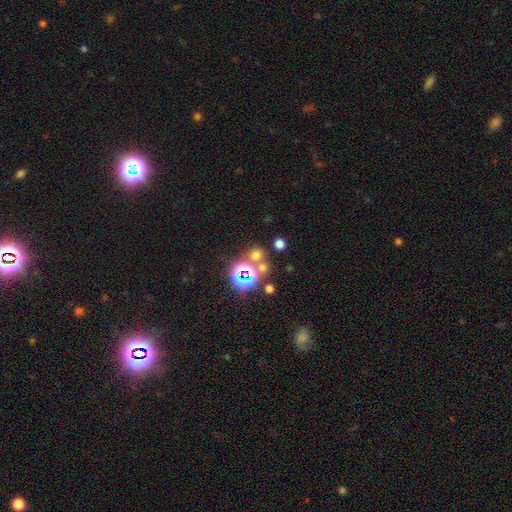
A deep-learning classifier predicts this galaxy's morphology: type=smooth (55%); roundness=round (84%); merging=none (69%).